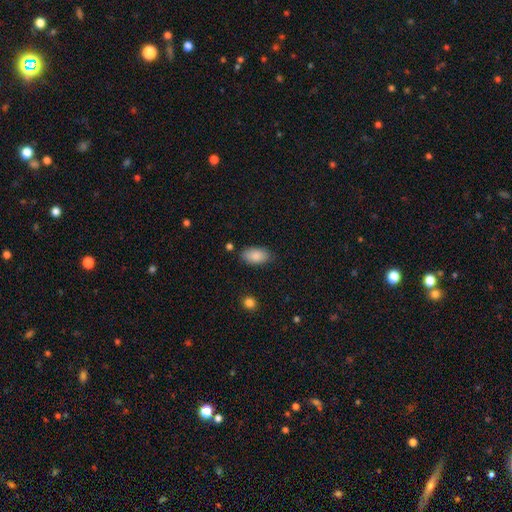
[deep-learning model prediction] This appears to be a smooth galaxy with no disk features (88%) that is in between round and cigar-shaped (93%). Merging: none (81%).